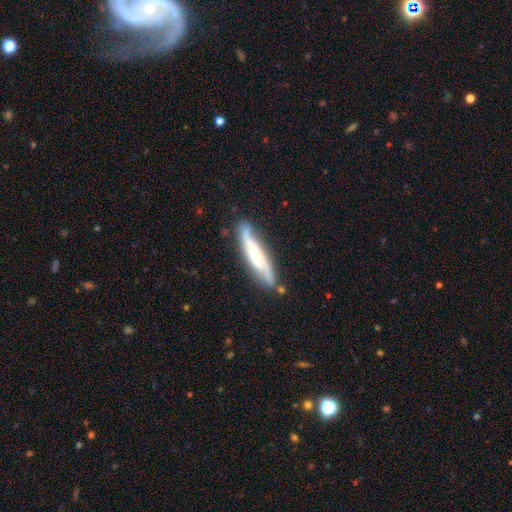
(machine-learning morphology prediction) smooth-or-featured: featured or disk: 55% | smooth: 36% | star or artifact: 9%
  disk-edge-on: yes: 75% | no: 25%
  merging: none: 76% | minor disturbance: 18% | major disturbance: 4% | merger: 2%